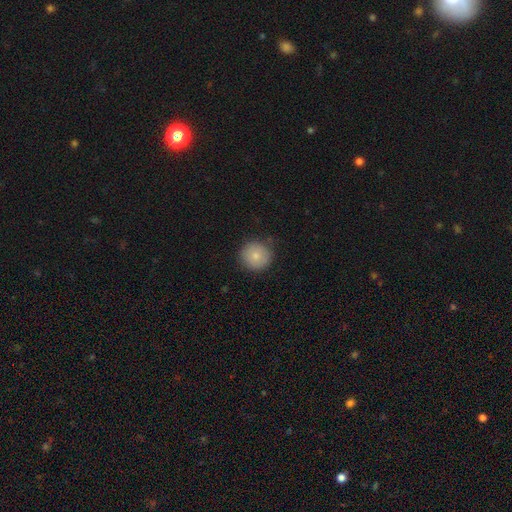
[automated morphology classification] smooth_or_featured: smooth (p=0.80) [alt: featured or disk p=0.12]
how_rounded: round (p=0.95) [alt: in between p=0.04]
merging: none (p=0.85) [alt: minor disturbance p=0.11]